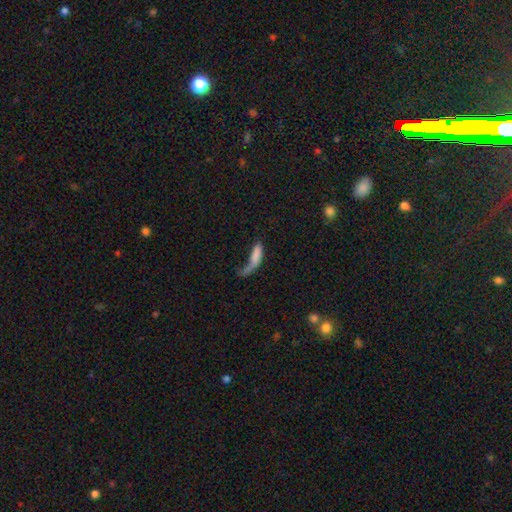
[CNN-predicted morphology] A smooth galaxy with no disk features (70%) that is cigar-shaped (49%).

Vote fractions:
- Smooth or featured? smooth: 70% / featured or disk: 21% / star or artifact: 9%
- How rounded? cigar-shaped: 49% / in between: 48% / round: 4%
- Merging? major disturbance: 43% / none: 25% / minor disturbance: 19% / merger: 13%